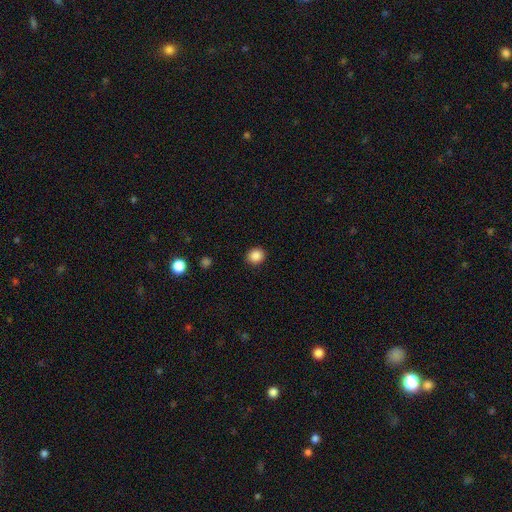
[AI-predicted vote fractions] smooth_or_featured: smooth (p=0.87) [alt: star or artifact p=0.10]
how_rounded: round (p=0.82) [alt: in between p=0.17]
merging: none (p=0.91) [alt: minor disturbance p=0.06]